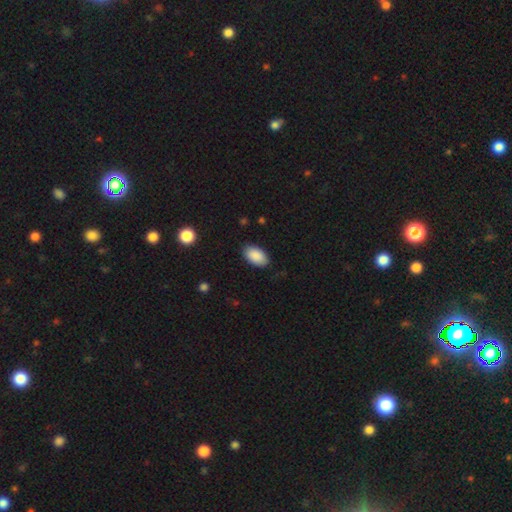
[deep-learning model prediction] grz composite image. It shows a smooth galaxy with no disk features (90%) that is in between round and cigar-shaped (94%). Merging: none (85%).